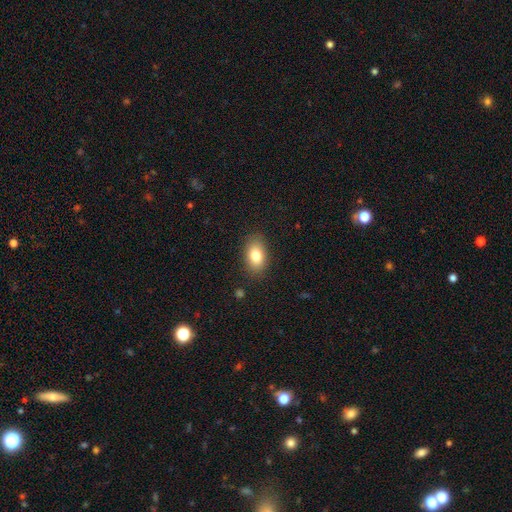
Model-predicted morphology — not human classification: Smooth or featured: smooth — 80% (featured or disk — 11%)
How rounded: in between — 88% (round — 11%)
Merging: none — 86% (minor disturbance — 10%)